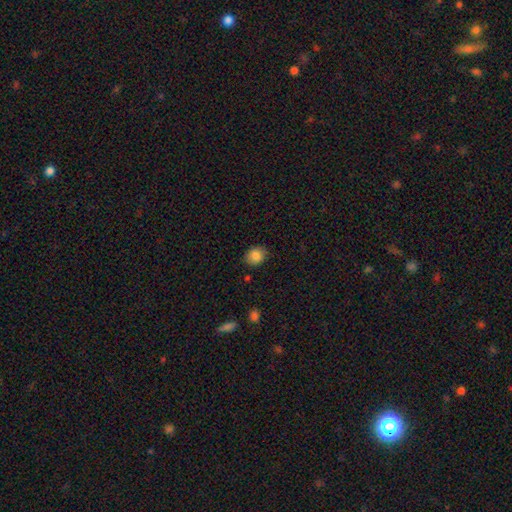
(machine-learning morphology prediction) Smooth or featured? smooth (85%)
How rounded? round (56%)
Merging? none (86%)